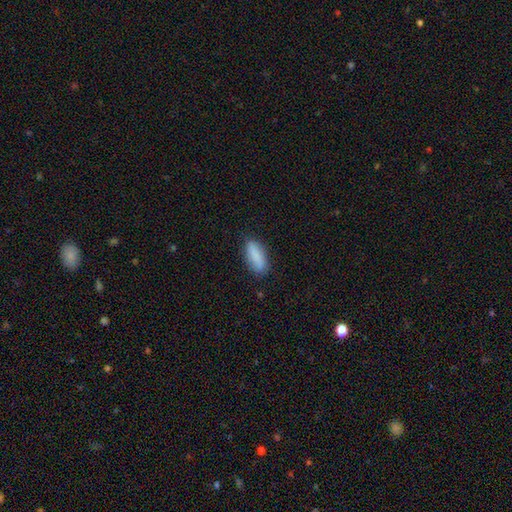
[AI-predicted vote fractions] smooth 86%, featured or disk 7%, star or artifact 6%. Down the decision tree: how rounded — in between (65%); merging — none (82%).